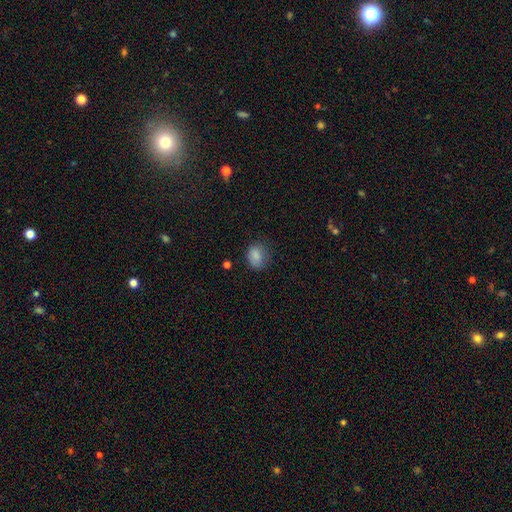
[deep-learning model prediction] smooth 84%, star or artifact 10%, featured or disk 6%. Down the decision tree: how rounded — round (52%); merging — none (66%).